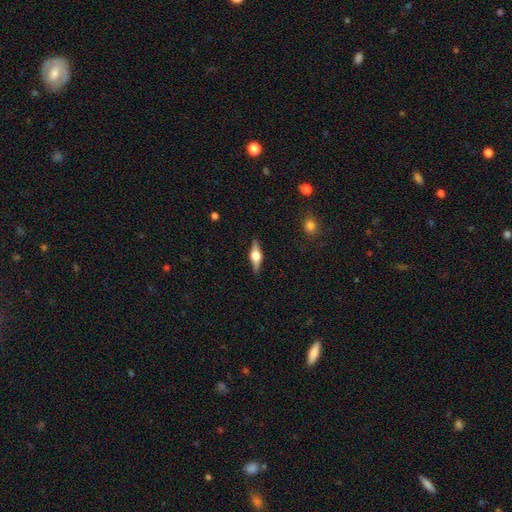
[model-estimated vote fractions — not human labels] A featured or disk galaxy (74%) viewed edge-on (97%) with a rounded central bulge (93%). Merging: none (89%).